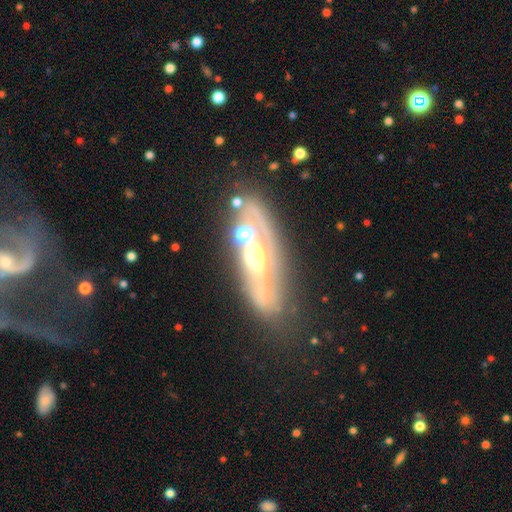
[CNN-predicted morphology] Smooth or featured? Predicted: featured or disk (p=0.74). Edge-on disk? Predicted: no (p=0.59). Merging? Predicted: none (p=0.67).